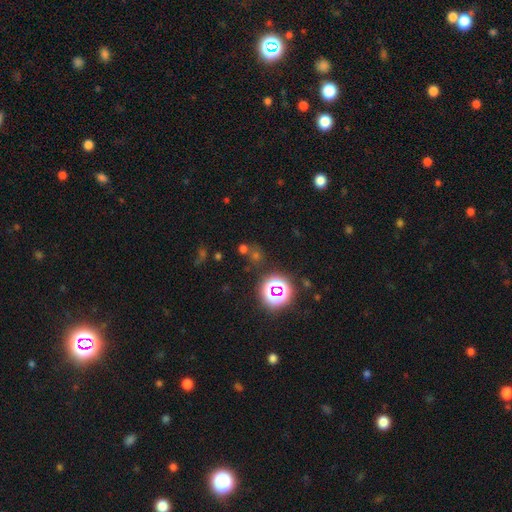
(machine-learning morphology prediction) This is possibly a star or artifact rather than a galaxy (59%).